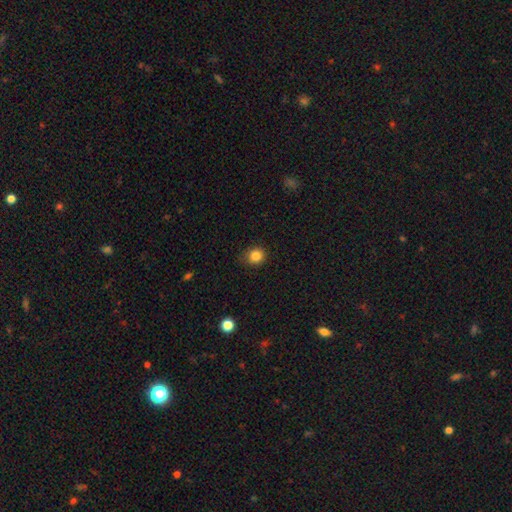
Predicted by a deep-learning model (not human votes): A smooth galaxy with no disk features (84%) that is round (82%).

Vote fractions:
- Smooth or featured? smooth: 84% / star or artifact: 11% / featured or disk: 5%
- How rounded? round: 82% / in between: 17% / cigar-shaped: 1%
- Merging? none: 79% / minor disturbance: 17% / major disturbance: 3% / merger: 1%